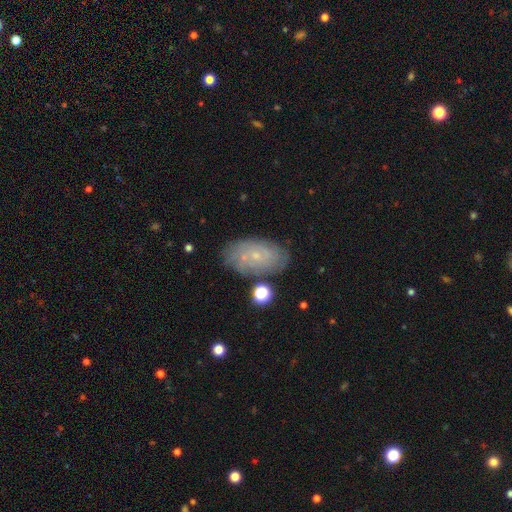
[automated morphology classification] Smooth or featured?
  - featured or disk: 52% *
  - smooth: 36%
  - star or artifact: 12%
Edge-on disk?
  - no: 92% *
  - yes: 8%
Merging?
  - none: 78% *
  - minor disturbance: 14%
  - merger: 4%
  - major disturbance: 4%